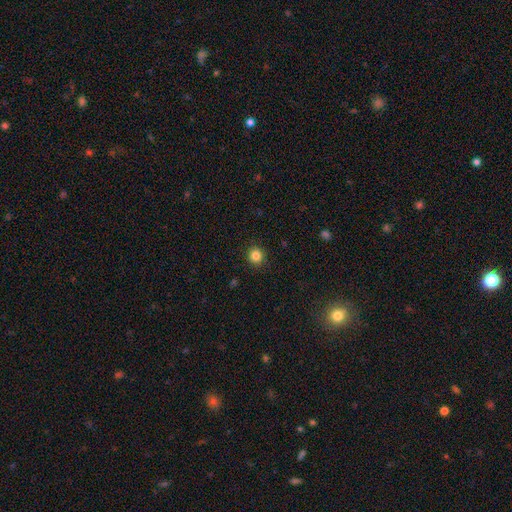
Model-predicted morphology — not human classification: smooth_or_featured: smooth (p=0.83) [alt: star or artifact p=0.12]
how_rounded: round (p=0.92) [alt: in between p=0.07]
merging: none (p=0.92) [alt: minor disturbance p=0.06]